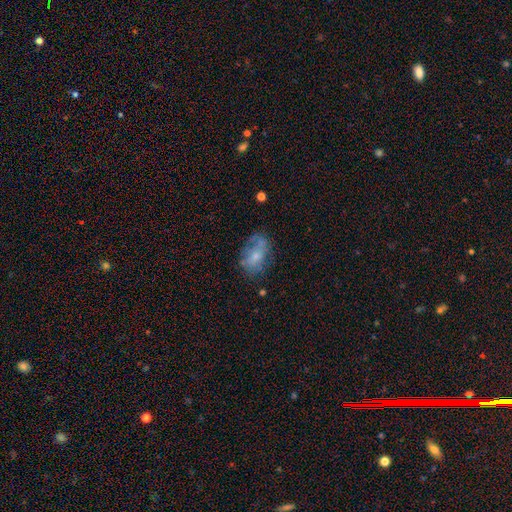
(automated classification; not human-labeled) Smooth or featured?
  - smooth: 52% *
  - featured or disk: 38%
  - star or artifact: 9%
How rounded?
  - in between: 85% *
  - round: 13%
  - cigar-shaped: 2%
Merging?
  - none: 50% *
  - minor disturbance: 27%
  - major disturbance: 18%
  - merger: 5%